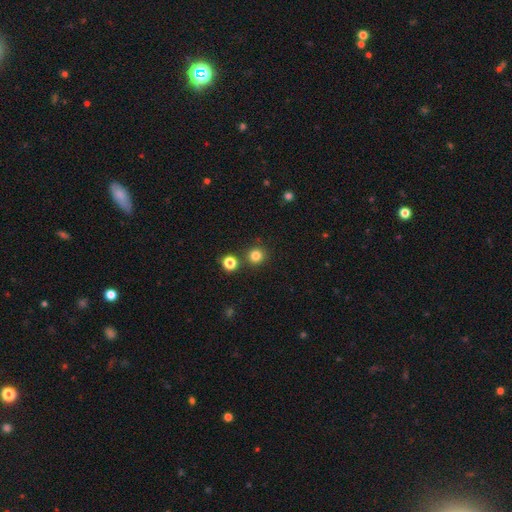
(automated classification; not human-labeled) The model was most divided on "smooth or featured": smooth: 81%, star or artifact: 14%, featured or disk: 4%. More confident: how rounded — round (94%); merging — none (84%).